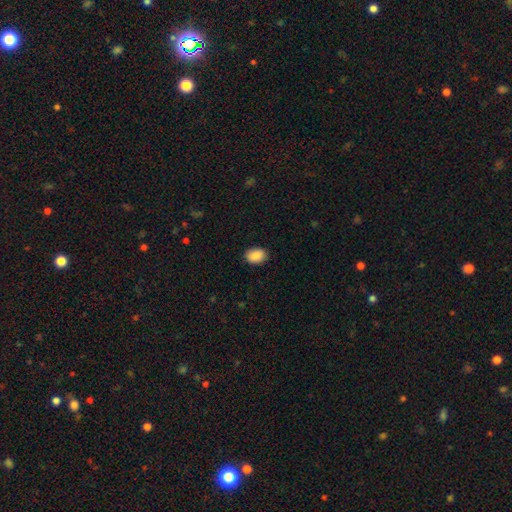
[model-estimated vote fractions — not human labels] smooth-or-featured: smooth: 89% | star or artifact: 7% | featured or disk: 4%
  how-rounded: in between: 81% | round: 18% | cigar-shaped: 1%
  merging: none: 89% | minor disturbance: 9% | major disturbance: 2% | merger: 1%